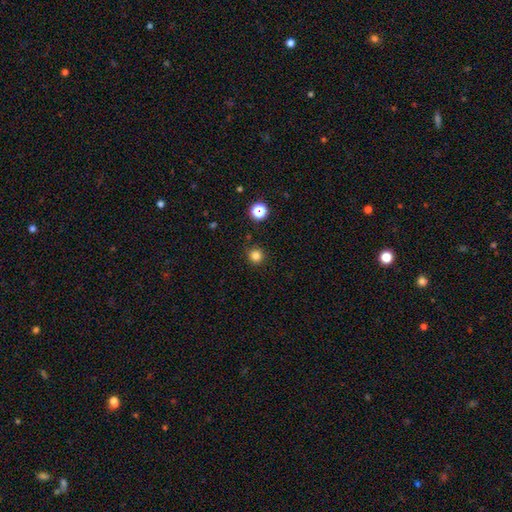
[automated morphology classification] This appears to be a smooth galaxy with no disk features (81%) that is round (95%). Merging: none (88%).